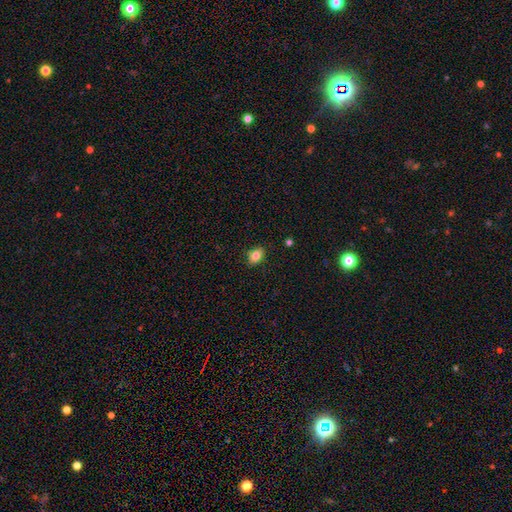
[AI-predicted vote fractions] A smooth galaxy with no disk features (83%) that is in between round and cigar-shaped (77%). Merging: none (85%).